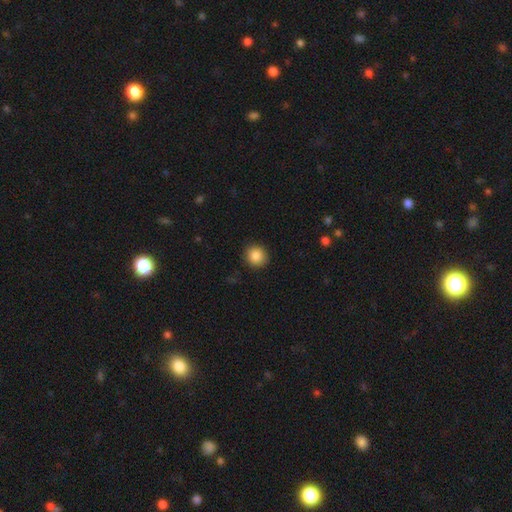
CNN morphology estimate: Overall: smooth (87%). How rounded: round (89%). Merging: none (91%).